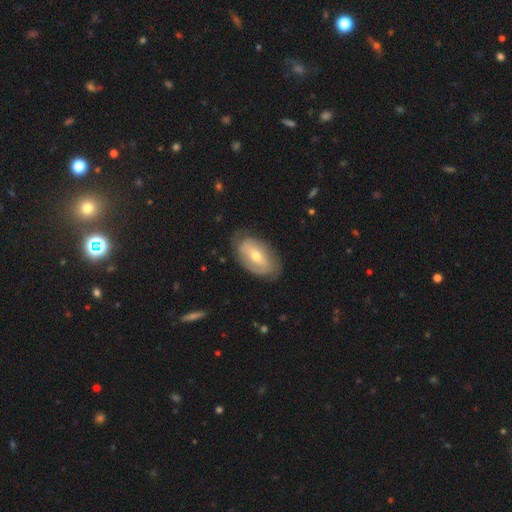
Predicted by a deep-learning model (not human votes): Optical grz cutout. It shows a featured or disk galaxy (62%) with a weak bar (39%), spiral arms (64%) and a moderate central bulge (54%). Merging: none (73%).